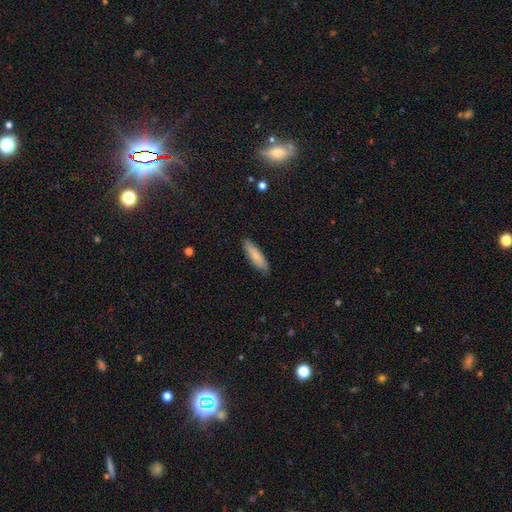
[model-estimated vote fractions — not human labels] Q: Smooth or featured?
A: smooth (82%); runner-up: featured or disk (13%)
Q: How rounded?
A: cigar-shaped (67%); runner-up: in between (31%)
Q: Merging?
A: none (87%); runner-up: minor disturbance (11%)